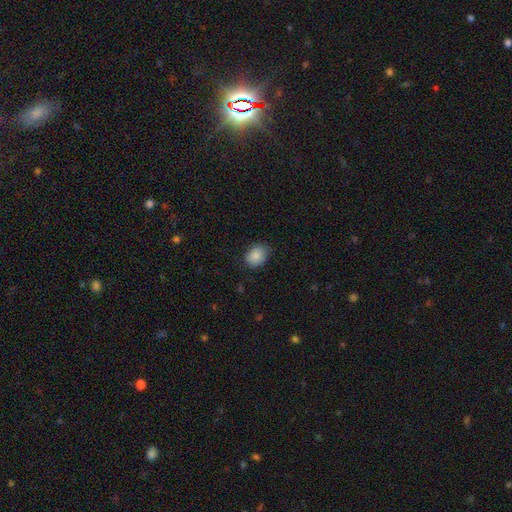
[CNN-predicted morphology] This appears to be a smooth galaxy with no disk features (87%) that is in between round and cigar-shaped (56%). Merging: none (76%).